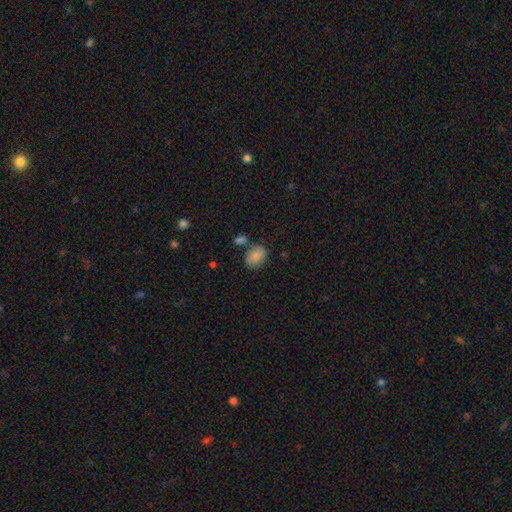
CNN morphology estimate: smooth_or_featured: smooth (p=0.86) [alt: star or artifact p=0.08]
how_rounded: in between (p=0.75) [alt: round p=0.24]
merging: none (p=0.63) [alt: minor disturbance p=0.18]